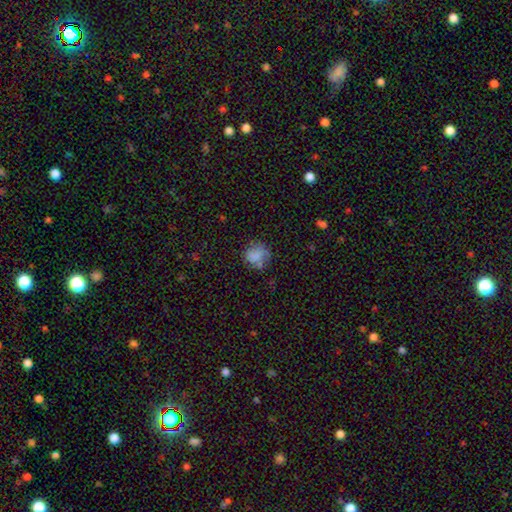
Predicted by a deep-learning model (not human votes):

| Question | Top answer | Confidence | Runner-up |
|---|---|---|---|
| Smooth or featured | smooth | 75% | featured or disk (14%) |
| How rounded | round | 73% | in between (26%) |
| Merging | none | 58% | minor disturbance (24%) |